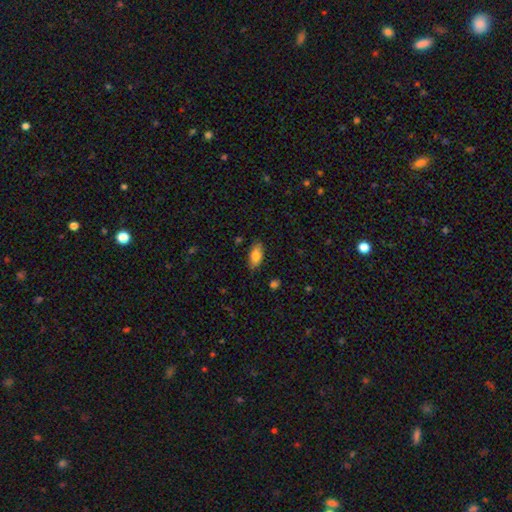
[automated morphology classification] smooth-or-featured: smooth: 81% | featured or disk: 12% | star or artifact: 7%
  how-rounded: in between: 88% | cigar-shaped: 9% | round: 3%
  merging: none: 82% | minor disturbance: 14% | major disturbance: 3% | merger: 2%